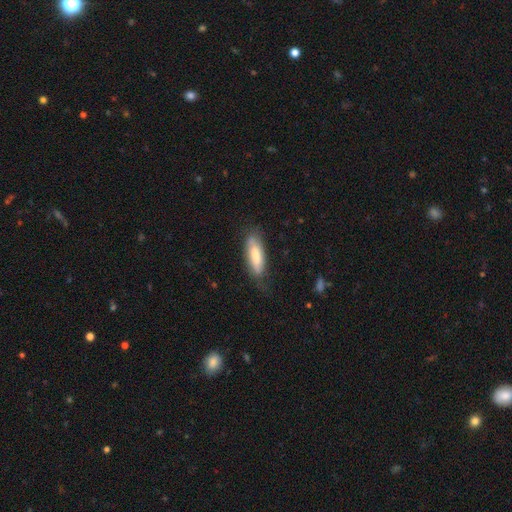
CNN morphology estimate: type=smooth (71%); roundness=in between (55%); merging=none (66%).